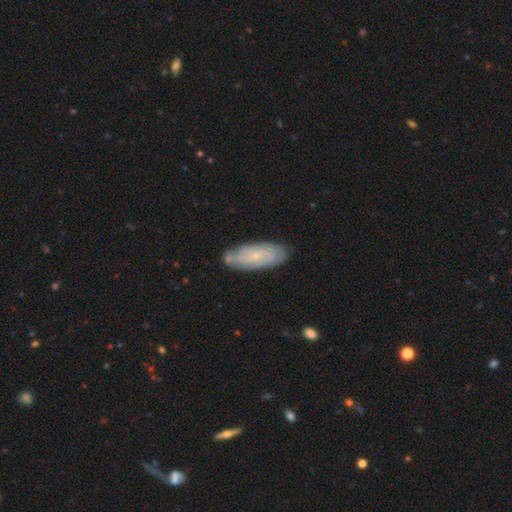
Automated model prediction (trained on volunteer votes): Smooth or featured? Predicted: featured or disk (p=0.55). Edge-on disk? Predicted: no (p=0.87). Merging? Predicted: none (p=0.75).